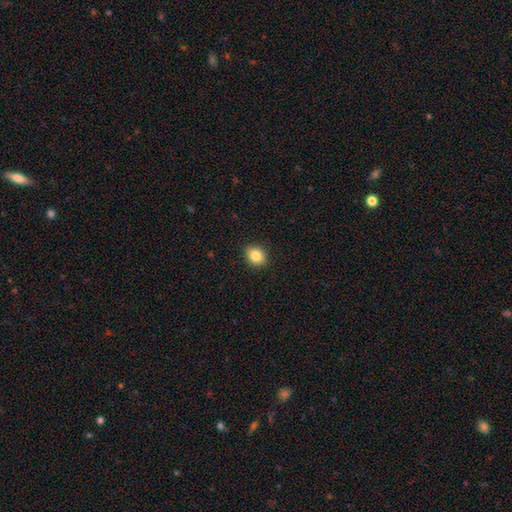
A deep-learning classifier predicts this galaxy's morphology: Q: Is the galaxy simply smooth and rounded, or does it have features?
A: smooth — 85%.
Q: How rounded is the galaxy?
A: round — 54%.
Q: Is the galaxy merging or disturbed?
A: none — 90%.